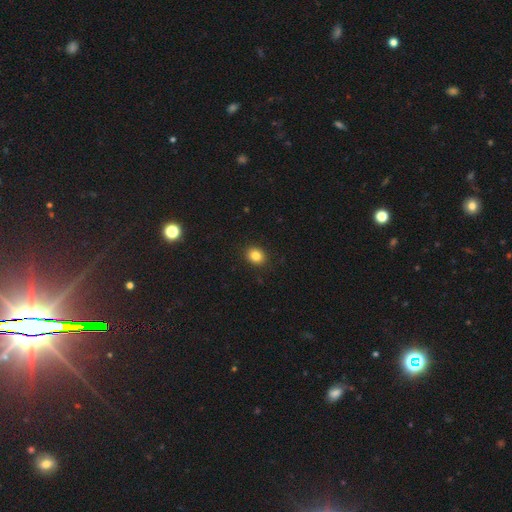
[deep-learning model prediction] Smooth or featured? smooth (84%)
How rounded? round (64%)
Merging? none (91%)